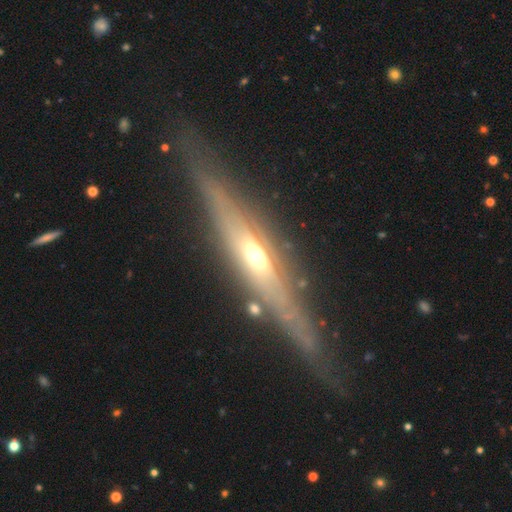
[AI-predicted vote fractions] This appears to be a featured or disk galaxy (77%) viewed edge-on (82%) with a rounded central bulge (81%). Merging: none (77%).